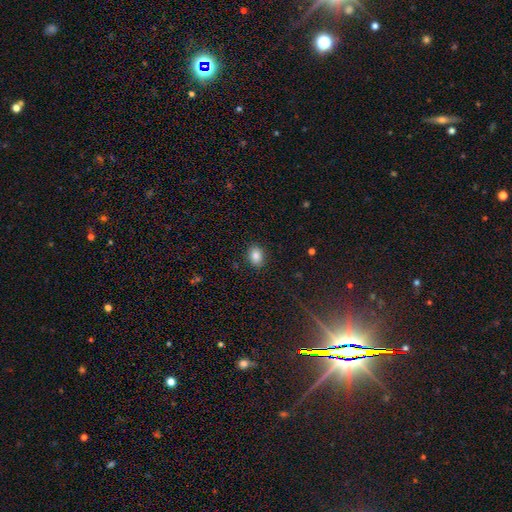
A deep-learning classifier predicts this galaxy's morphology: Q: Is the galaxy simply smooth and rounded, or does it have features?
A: smooth — 84%.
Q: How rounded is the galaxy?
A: in between — 69%.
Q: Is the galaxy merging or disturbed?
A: none — 88%.